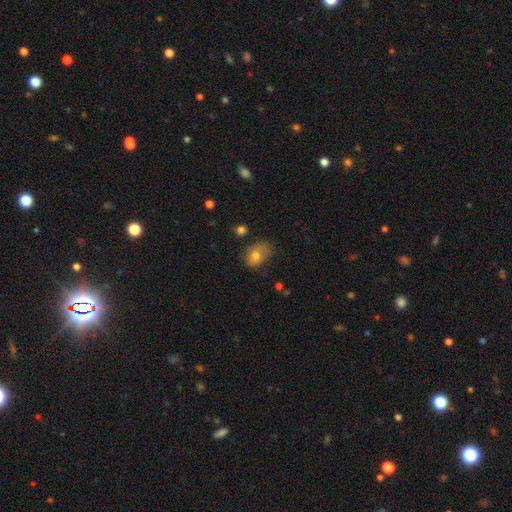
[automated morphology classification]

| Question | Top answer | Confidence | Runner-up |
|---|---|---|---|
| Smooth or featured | smooth | 73% | featured or disk (17%) |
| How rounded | in between | 68% | round (30%) |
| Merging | none | 47% | minor disturbance (34%) |